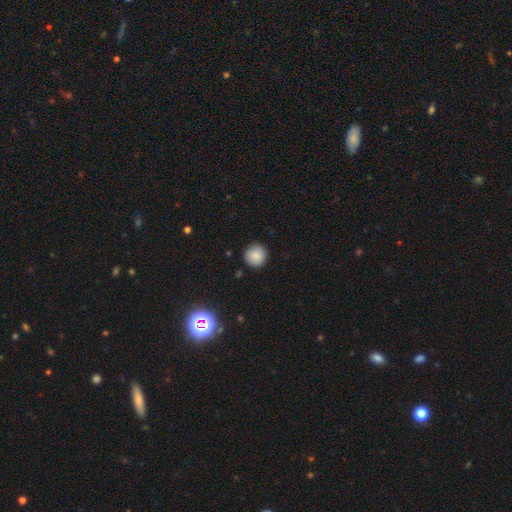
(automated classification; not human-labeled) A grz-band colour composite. It shows a smooth galaxy with no disk features (86%) that is round (94%). Merging: none (90%).